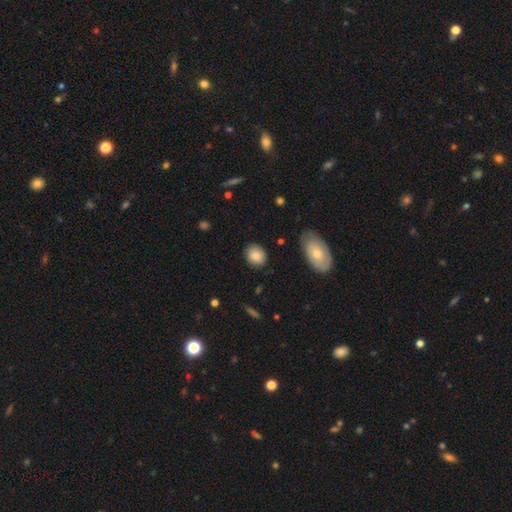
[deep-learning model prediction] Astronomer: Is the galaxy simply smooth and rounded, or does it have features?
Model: smooth — 84%.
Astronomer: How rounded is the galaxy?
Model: round — 59% (runner-up: in between, 40%).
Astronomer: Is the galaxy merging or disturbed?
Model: none — 83%.